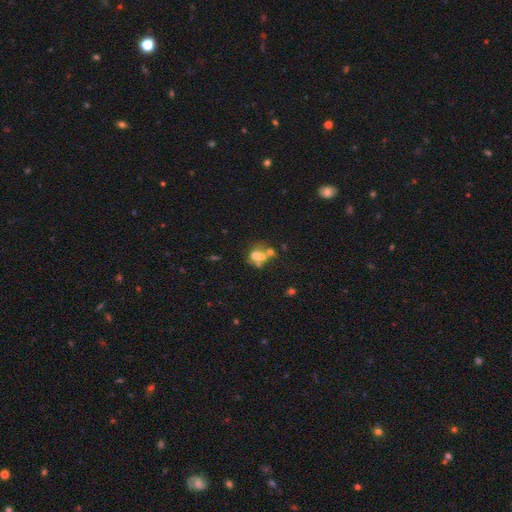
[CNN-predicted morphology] smooth-or-featured: smooth: 45% | featured or disk: 36% | star or artifact: 19%
  merging: merger: 49% | none: 32% | minor disturbance: 10% | major disturbance: 9%